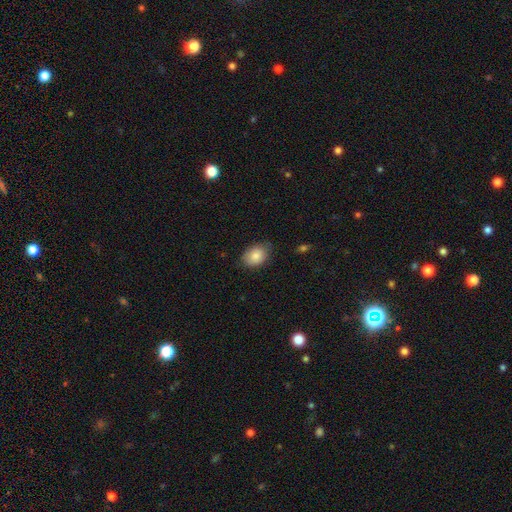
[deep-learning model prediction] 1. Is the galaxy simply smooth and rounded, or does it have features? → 82% smooth, 10% featured or disk, 8% star or artifact.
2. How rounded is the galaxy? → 73% in between, 26% round, 1% cigar-shaped.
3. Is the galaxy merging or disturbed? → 75% none, 21% minor disturbance, 4% major disturbance, 1% merger.